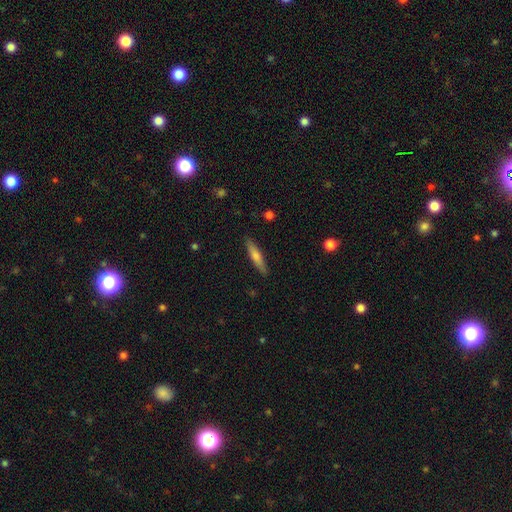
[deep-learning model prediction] A smooth galaxy with no disk features (61%) that is cigar-shaped (87%). Merging: none (89%).